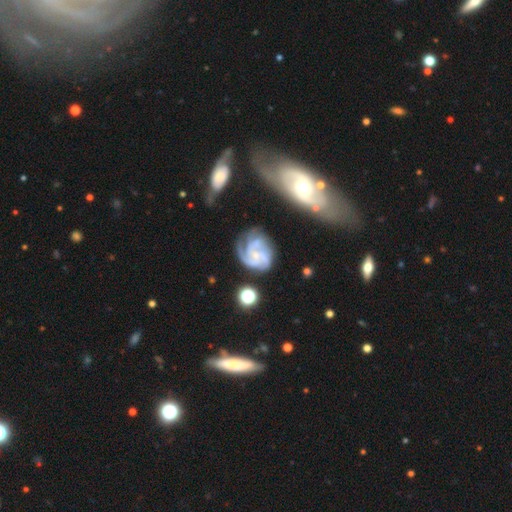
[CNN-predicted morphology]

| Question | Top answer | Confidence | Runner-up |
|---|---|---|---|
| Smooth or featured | featured or disk | 85% | smooth (8%) |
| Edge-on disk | no | 98% | yes (2%) |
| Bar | no | 69% | weak (25%) |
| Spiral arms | yes | 96% | no (4%) |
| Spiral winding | tight | 48% | medium (41%) |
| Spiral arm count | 3 | 43% | 4 (22%) |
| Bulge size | small | 69% | moderate (17%) |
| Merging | none | 55% | minor disturbance (22%) |